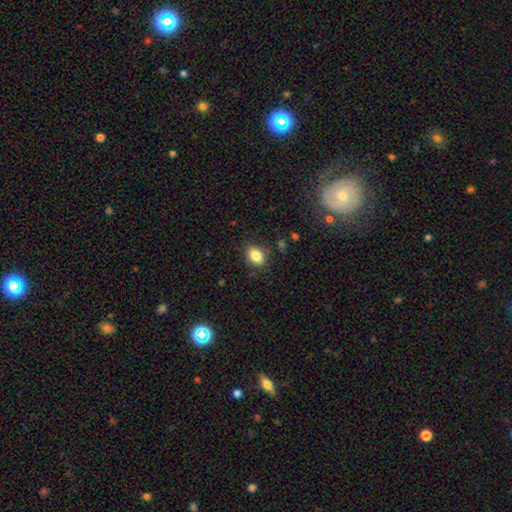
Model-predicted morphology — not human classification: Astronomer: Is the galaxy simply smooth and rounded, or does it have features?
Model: smooth — 85%.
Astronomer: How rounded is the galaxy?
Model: in between — 70%.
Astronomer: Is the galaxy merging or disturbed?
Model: none — 84%.